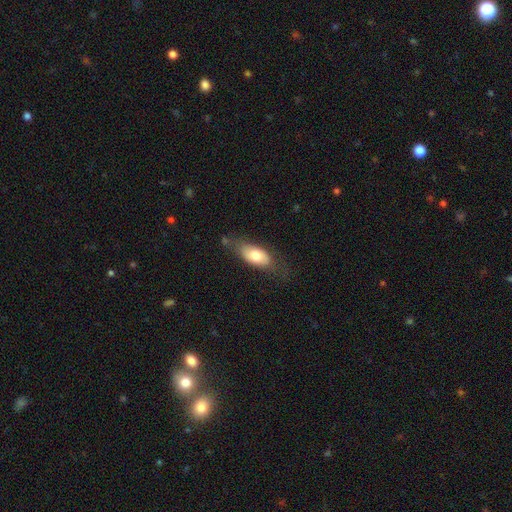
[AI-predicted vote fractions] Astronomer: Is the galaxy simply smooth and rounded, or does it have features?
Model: smooth — 71%.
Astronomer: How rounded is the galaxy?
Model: in between — 86%.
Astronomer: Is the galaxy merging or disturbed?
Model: none — 61%.